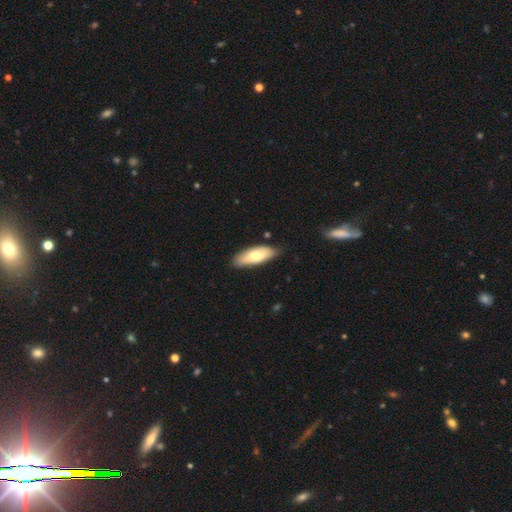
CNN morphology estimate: Smooth or featured? smooth (68%)
How rounded? in between (74%)
Merging? none (81%)